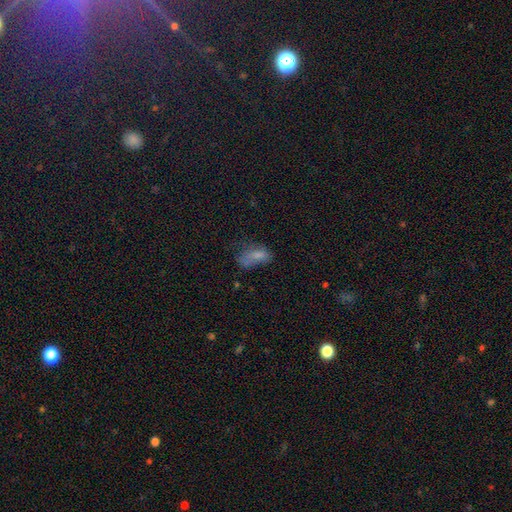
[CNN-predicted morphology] smooth 67%, featured or disk 18%, star or artifact 15%. Down the decision tree: how rounded — in between (85%); merging — major disturbance (36%).